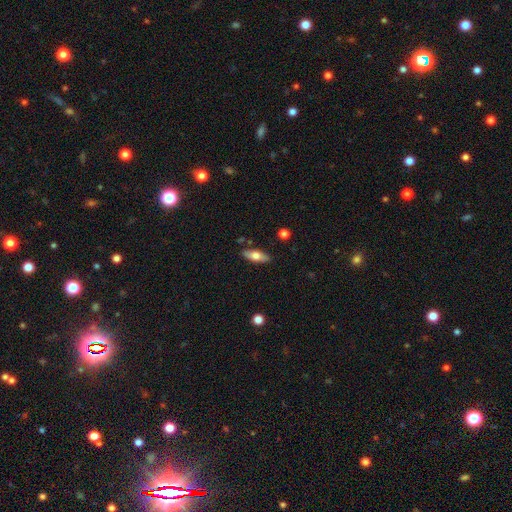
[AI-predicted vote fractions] Smooth or featured? Predicted: smooth (p=0.65). How rounded? Predicted: in between (p=0.70). Merging? Predicted: none (p=0.85).